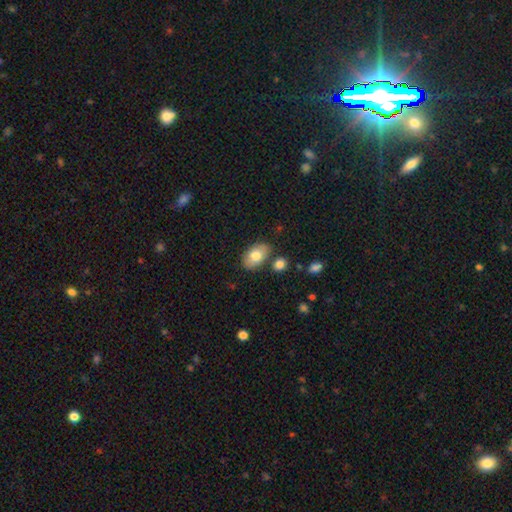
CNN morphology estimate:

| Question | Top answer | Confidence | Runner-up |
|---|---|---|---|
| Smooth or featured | smooth | 76% | featured or disk (17%) |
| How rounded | in between | 90% | round (8%) |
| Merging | none | 76% | minor disturbance (13%) |